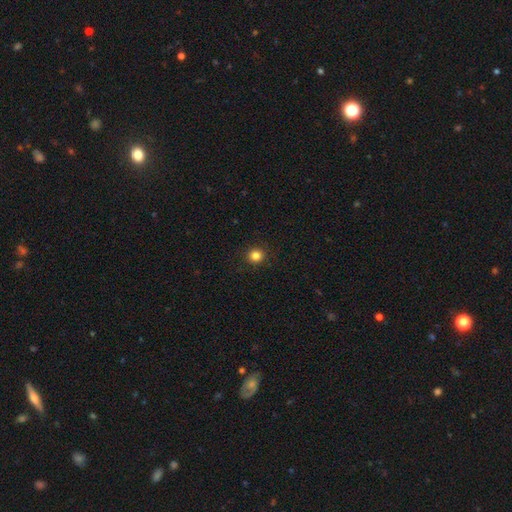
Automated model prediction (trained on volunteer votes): Smooth or featured? smooth (83%)
How rounded? round (92%)
Merging? none (92%)